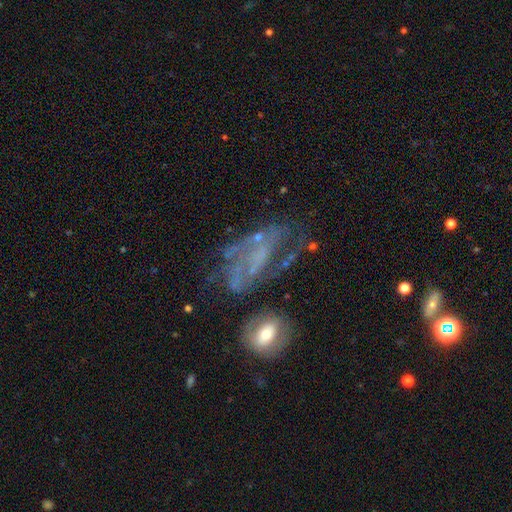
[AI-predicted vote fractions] smooth_or_featured: featured or disk (p=0.64) [alt: star or artifact p=0.18]
disk_edge_on: no (p=0.94) [alt: yes p=0.06]
bar: no (p=0.63) [alt: weak p=0.26]
has_spiral_arms: yes (p=0.51) [alt: no p=0.49]
bulge_size: none (p=0.60) [alt: small p=0.26]
merging: none (p=0.40) [alt: major disturbance p=0.32]